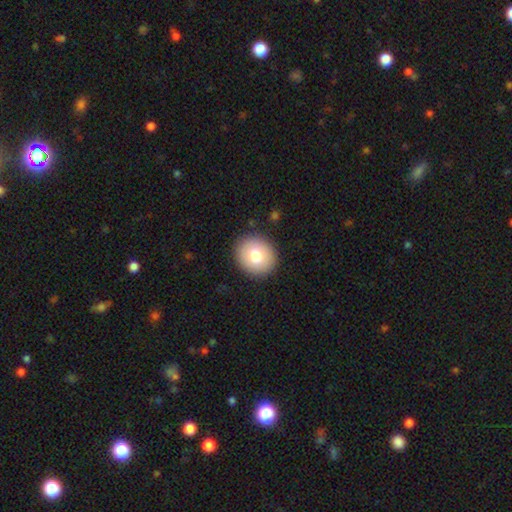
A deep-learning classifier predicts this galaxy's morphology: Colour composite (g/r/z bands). It shows a smooth galaxy with no disk features (77%) that is round (84%). Merging: none (91%).